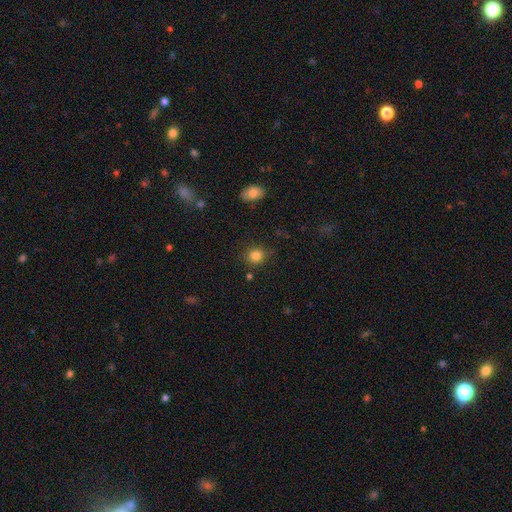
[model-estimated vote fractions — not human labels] Smooth or featured? Predicted: smooth (p=0.82). How rounded? Predicted: round (p=0.80). Merging? Predicted: none (p=0.80).